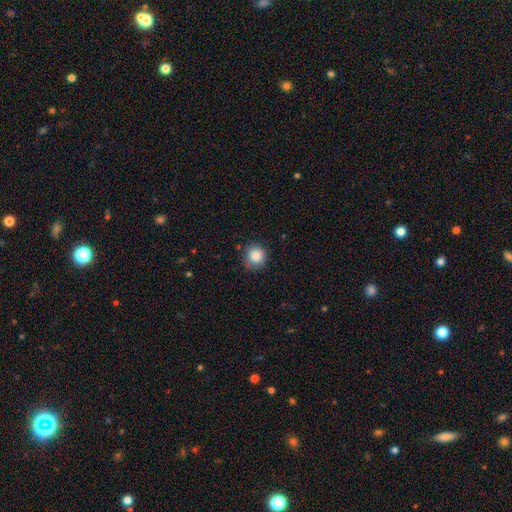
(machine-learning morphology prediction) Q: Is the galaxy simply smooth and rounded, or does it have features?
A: smooth — 85%.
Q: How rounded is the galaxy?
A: round — 91%.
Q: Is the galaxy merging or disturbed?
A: none — 84%.